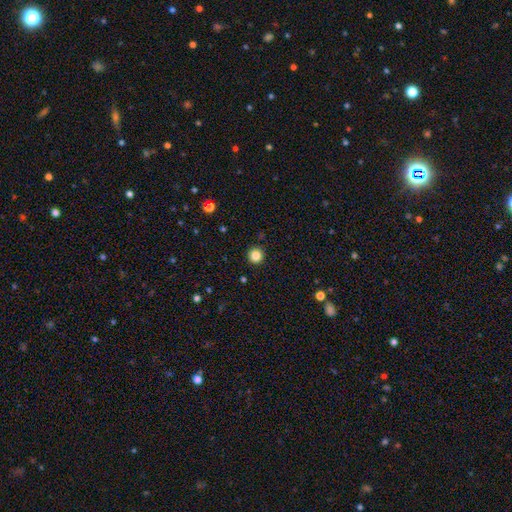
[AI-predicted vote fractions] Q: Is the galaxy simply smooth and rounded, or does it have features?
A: smooth — 85%.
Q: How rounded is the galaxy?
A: round — 96%.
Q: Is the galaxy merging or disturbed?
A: none — 93%.